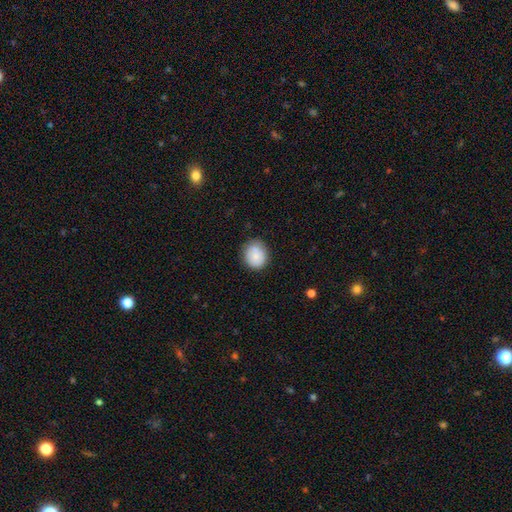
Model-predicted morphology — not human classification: A smooth galaxy with no disk features (81%) that is round (64%). Merging: none (78%).